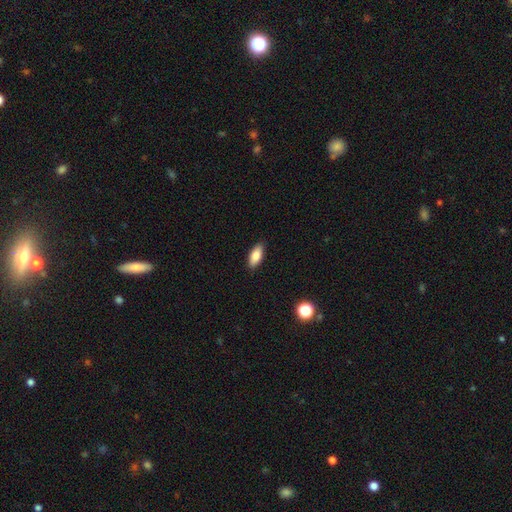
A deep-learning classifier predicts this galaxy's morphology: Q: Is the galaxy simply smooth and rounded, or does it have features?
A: smooth — 83%.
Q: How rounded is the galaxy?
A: in between — 83%.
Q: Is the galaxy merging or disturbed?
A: none — 88%.